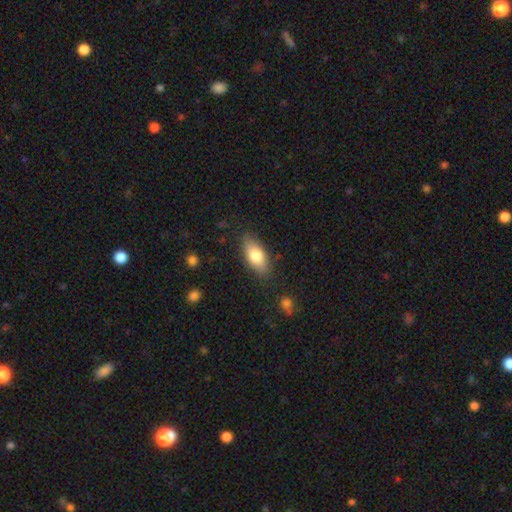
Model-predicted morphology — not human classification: Q: Smooth or featured?
A: smooth (76%); runner-up: featured or disk (18%)
Q: How rounded?
A: in between (84%); runner-up: cigar-shaped (12%)
Q: Merging?
A: none (83%); runner-up: minor disturbance (13%)